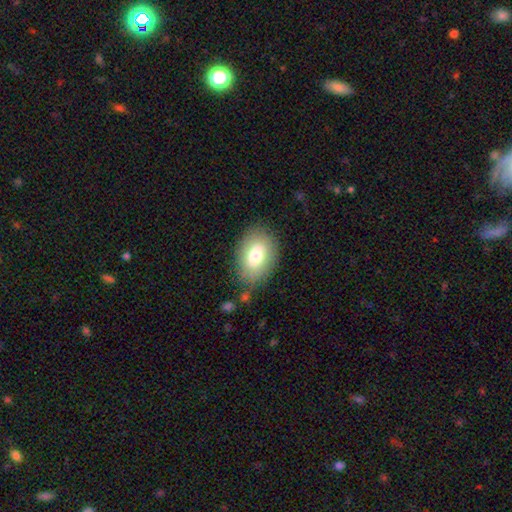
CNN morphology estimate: This appears to be a smooth galaxy with no disk features (76%) that is in between round and cigar-shaped (84%). Merging: none (77%).